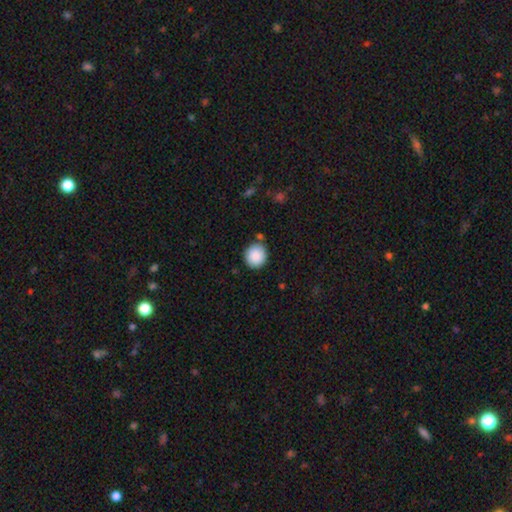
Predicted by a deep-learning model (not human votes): Smooth or featured? Predicted: smooth (p=0.89). How rounded? Predicted: round (p=0.88). Merging? Predicted: none (p=0.84).